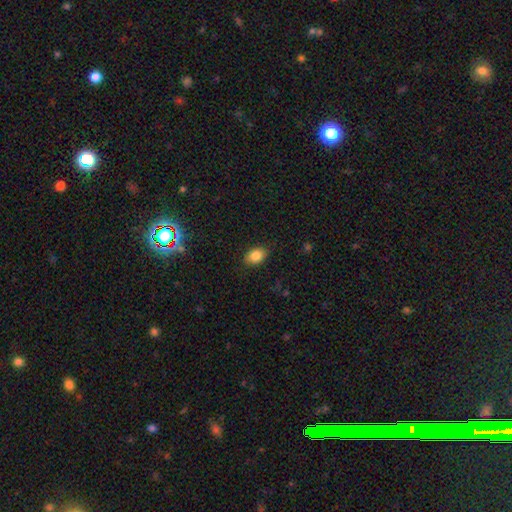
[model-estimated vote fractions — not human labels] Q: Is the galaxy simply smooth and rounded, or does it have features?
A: smooth — 85%.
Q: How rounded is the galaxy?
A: in between — 80%.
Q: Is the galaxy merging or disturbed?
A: none — 86%.